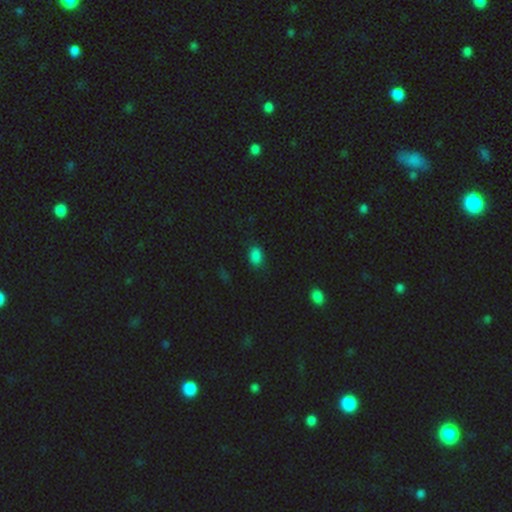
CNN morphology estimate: A smooth galaxy with no disk features (83%) that is in between round and cigar-shaped (86%). Merging: none (84%).